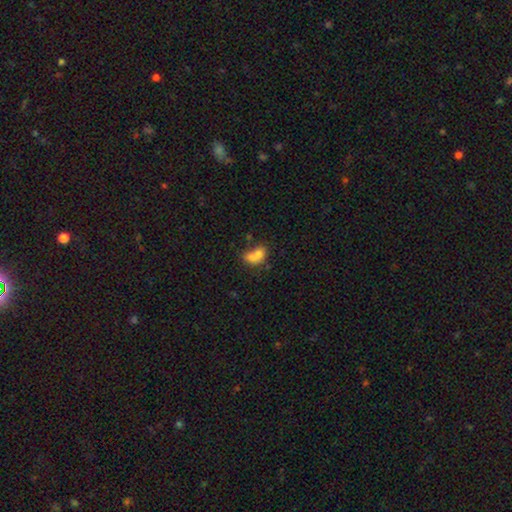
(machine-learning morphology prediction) Smooth or featured? smooth (68%)
How rounded? in between (56%)
Merging? merger (71%)